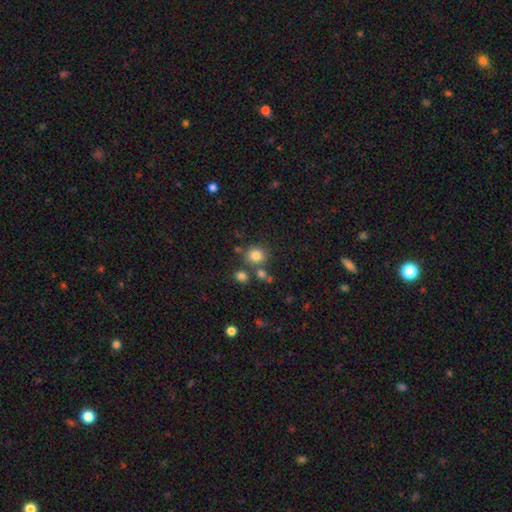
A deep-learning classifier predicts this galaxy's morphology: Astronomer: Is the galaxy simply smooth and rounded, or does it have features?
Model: smooth — 81%.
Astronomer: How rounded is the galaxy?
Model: round — 86%.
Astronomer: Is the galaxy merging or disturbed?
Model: none — 72%.